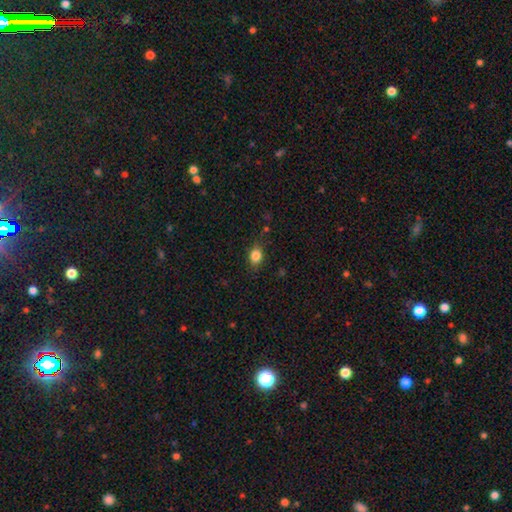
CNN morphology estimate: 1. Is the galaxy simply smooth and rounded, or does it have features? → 83% smooth, 10% star or artifact, 7% featured or disk.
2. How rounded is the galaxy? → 68% in between, 30% round, 2% cigar-shaped.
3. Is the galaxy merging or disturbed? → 79% none, 16% minor disturbance, 4% major disturbance, 2% merger.